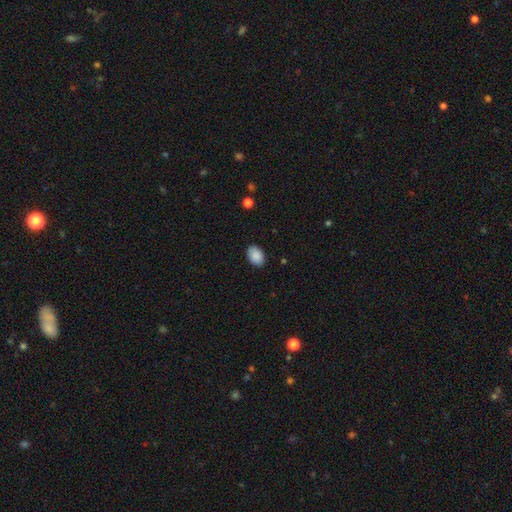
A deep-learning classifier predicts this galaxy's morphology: Q: Smooth or featured?
A: smooth (90%); runner-up: star or artifact (7%)
Q: How rounded?
A: in between (86%); runner-up: round (13%)
Q: Merging?
A: none (88%); runner-up: minor disturbance (9%)